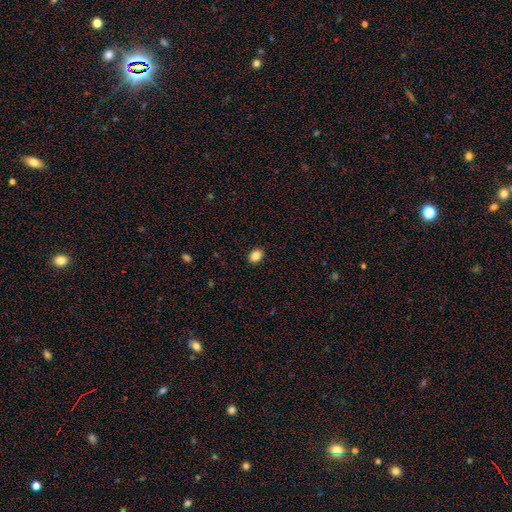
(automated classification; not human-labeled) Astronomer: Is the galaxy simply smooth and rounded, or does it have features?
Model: smooth — 86%.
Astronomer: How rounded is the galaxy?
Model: in between — 59% (runner-up: round, 40%).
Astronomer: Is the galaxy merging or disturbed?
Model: none — 90%.